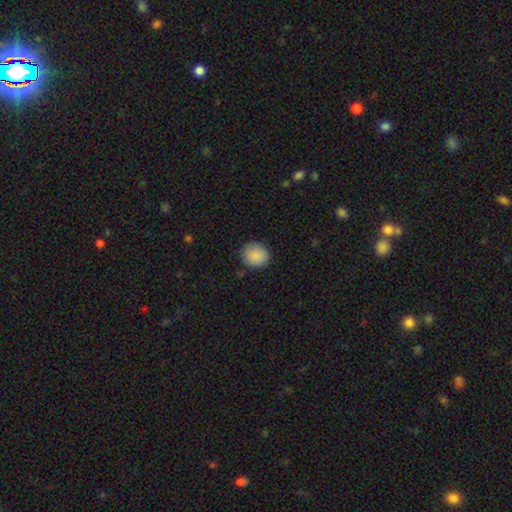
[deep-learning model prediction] Smooth or featured?
  - smooth: 89% *
  - star or artifact: 7%
  - featured or disk: 4%
How rounded?
  - round: 77% *
  - in between: 22%
  - cigar-shaped: 1%
Merging?
  - none: 85% *
  - minor disturbance: 11%
  - major disturbance: 3%
  - merger: 1%